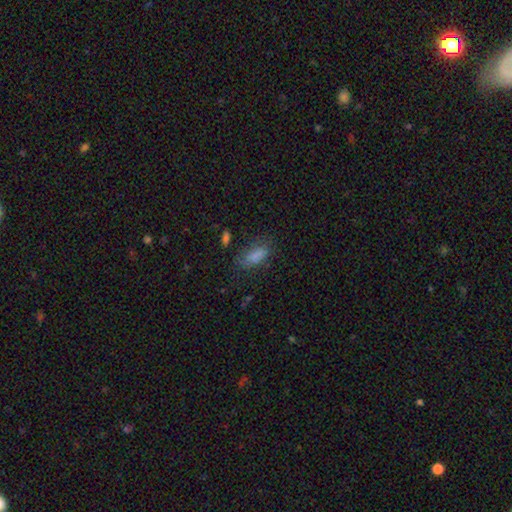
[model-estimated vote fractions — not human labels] Smooth or featured: smooth — 79% (star or artifact — 11%)
How rounded: in between — 82% (cigar-shaped — 15%)
Merging: none — 59% (minor disturbance — 25%)